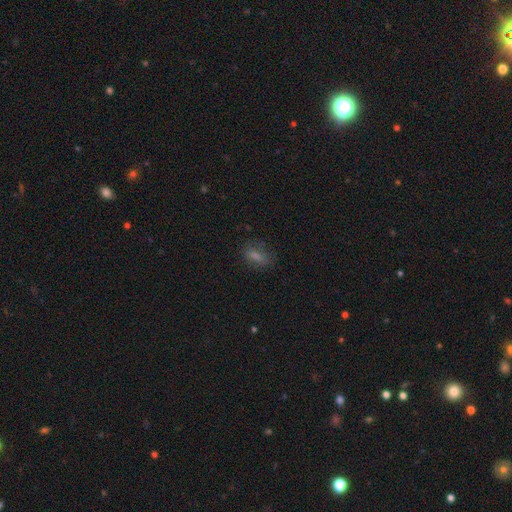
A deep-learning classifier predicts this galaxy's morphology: This appears to be a smooth galaxy with no disk features (56%) that is in between round and cigar-shaped (69%). Merging: none (72%).